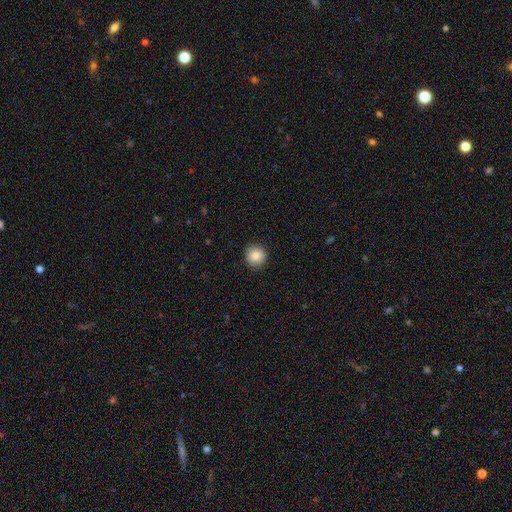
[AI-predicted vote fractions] smooth-or-featured: smooth: 86% | star or artifact: 9% | featured or disk: 5%
  how-rounded: round: 92% | in between: 7% | cigar-shaped: 1%
  merging: none: 90% | minor disturbance: 7% | major disturbance: 2% | merger: 1%